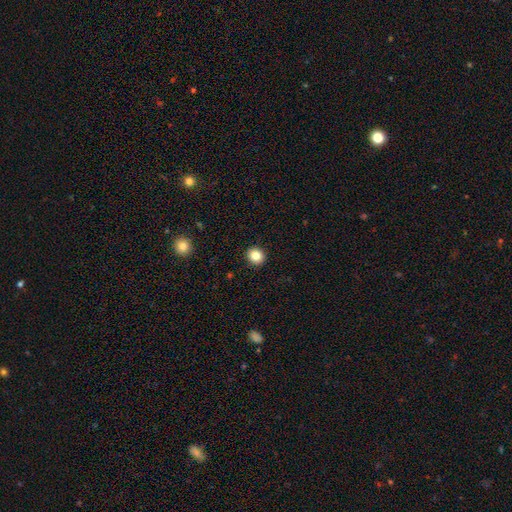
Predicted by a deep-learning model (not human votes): A smooth galaxy with no disk features (85%) that is round (87%). Merging: none (93%).